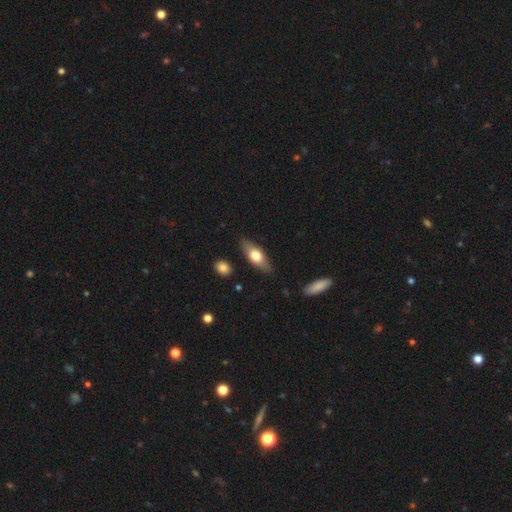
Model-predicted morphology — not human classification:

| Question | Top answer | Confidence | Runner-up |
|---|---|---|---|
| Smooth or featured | smooth | 61% | featured or disk (33%) |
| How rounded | in between | 66% | cigar-shaped (30%) |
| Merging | none | 84% | minor disturbance (11%) |